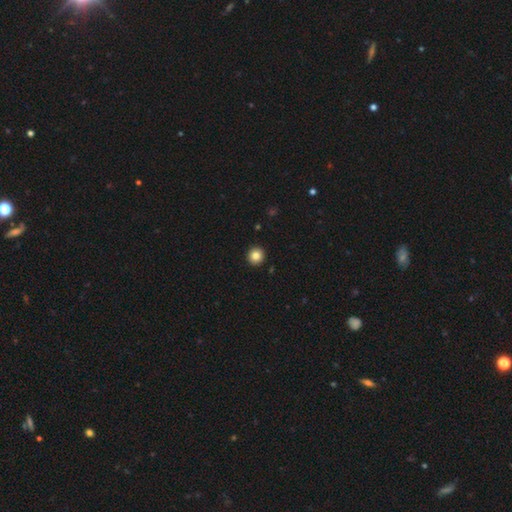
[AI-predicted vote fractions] The model was most divided on "smooth or featured": smooth: 83%, star or artifact: 10%, featured or disk: 6%. More confident: how rounded — round (95%); merging — none (93%).